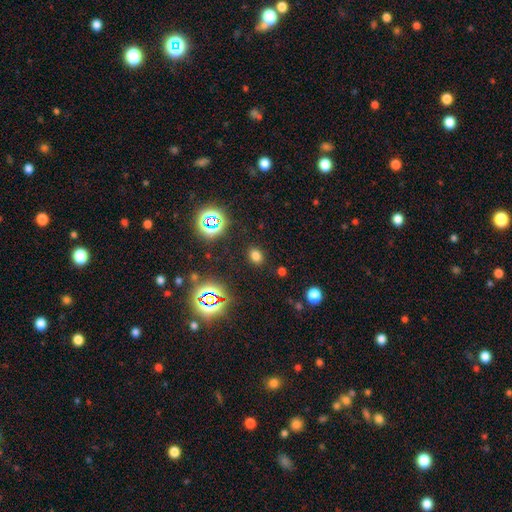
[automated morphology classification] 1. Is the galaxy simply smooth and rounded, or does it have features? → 69% smooth, 25% star or artifact, 6% featured or disk.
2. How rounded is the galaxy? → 56% in between, 43% round, 1% cigar-shaped.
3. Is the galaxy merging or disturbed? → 87% none, 8% minor disturbance, 3% major disturbance, 2% merger.